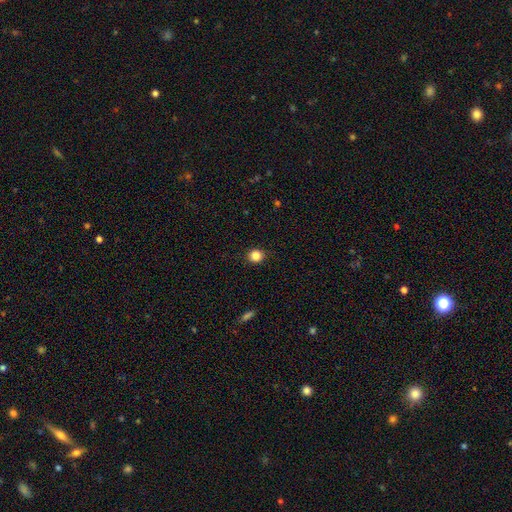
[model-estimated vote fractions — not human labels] smooth_or_featured: smooth (p=0.84) [alt: star or artifact p=0.11]
how_rounded: round (p=0.85) [alt: in between p=0.14]
merging: none (p=0.90) [alt: minor disturbance p=0.07]